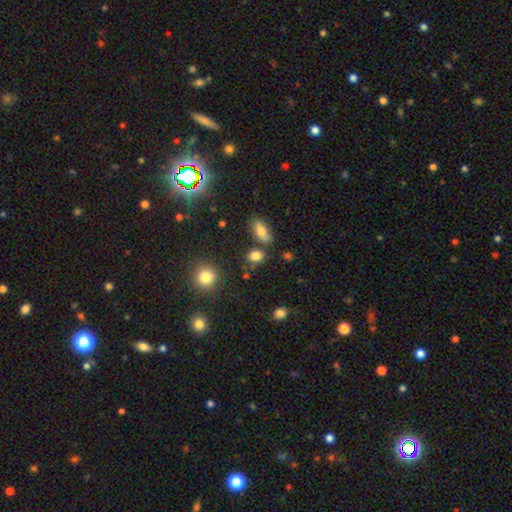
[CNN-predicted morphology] The model was most divided on "how rounded": in between: 52%, round: 45%, cigar-shaped: 4%. More confident: smooth or featured — smooth (81%); merging — none (72%).